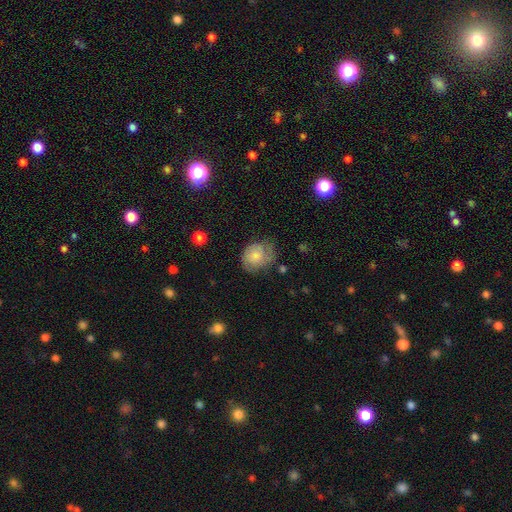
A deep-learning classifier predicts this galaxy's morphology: type=smooth (62%); roundness=round (51%); merging=none (48%).